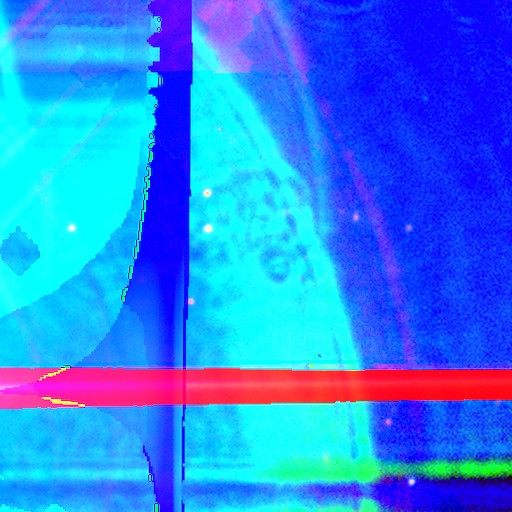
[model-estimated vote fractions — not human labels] Overall: star or artifact (87%).